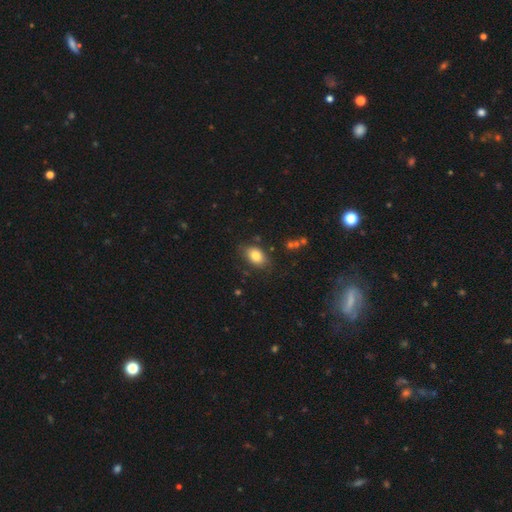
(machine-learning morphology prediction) Smooth or featured?
  - smooth: 81% *
  - featured or disk: 11%
  - star or artifact: 8%
How rounded?
  - in between: 85% *
  - round: 14%
  - cigar-shaped: 2%
Merging?
  - none: 78% *
  - minor disturbance: 15%
  - major disturbance: 4%
  - merger: 2%